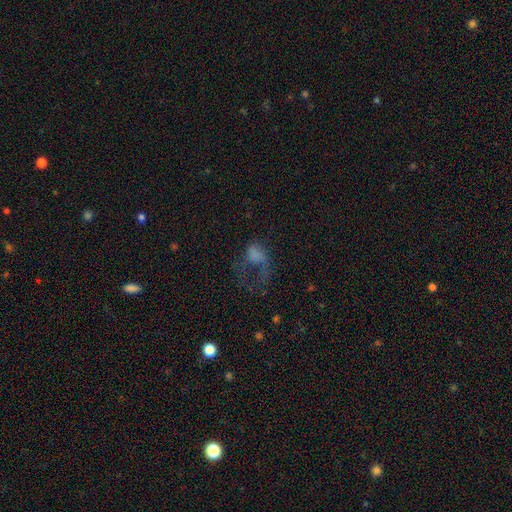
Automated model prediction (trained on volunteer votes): Smooth or featured?
  - smooth: 50% *
  - featured or disk: 32%
  - star or artifact: 18%
Merging?
  - major disturbance: 66% *
  - none: 17%
  - minor disturbance: 12%
  - merger: 5%